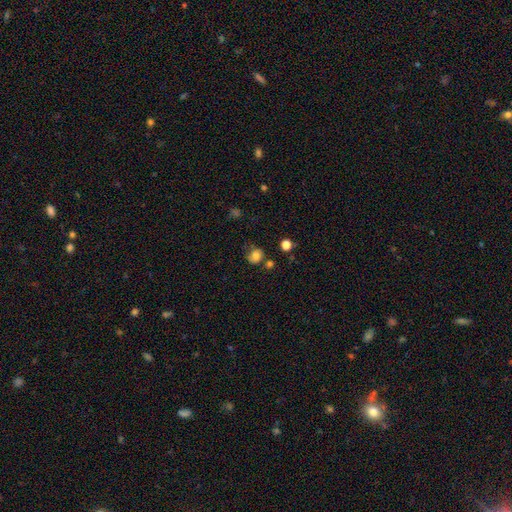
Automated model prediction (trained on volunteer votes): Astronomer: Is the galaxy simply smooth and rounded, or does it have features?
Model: smooth — 74%.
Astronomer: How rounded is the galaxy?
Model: round — 75%.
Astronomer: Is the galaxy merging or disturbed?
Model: none — 60%.